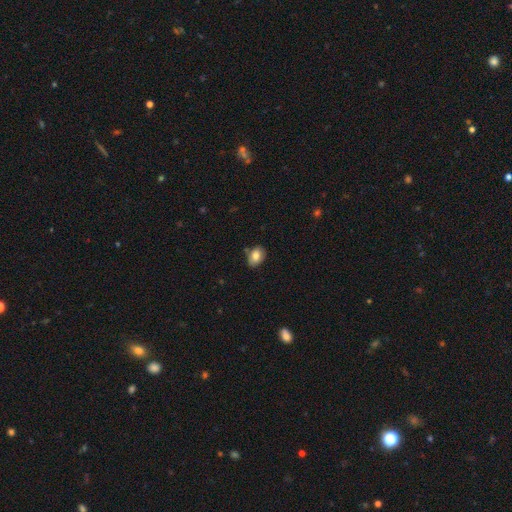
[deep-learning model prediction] Smooth or featured? Predicted: smooth (p=0.80). How rounded? Predicted: in between (p=0.76). Merging? Predicted: none (p=0.75).